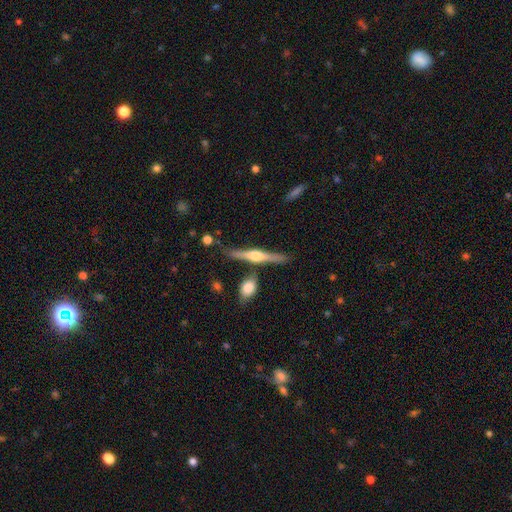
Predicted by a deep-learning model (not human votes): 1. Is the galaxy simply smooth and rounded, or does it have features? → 76% featured or disk, 18% smooth, 6% star or artifact.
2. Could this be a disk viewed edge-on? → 97% yes, 3% no.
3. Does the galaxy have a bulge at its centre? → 93% rounded, 5% boxy, 3% none.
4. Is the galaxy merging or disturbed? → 76% none, 12% minor disturbance, 9% merger, 3% major disturbance.